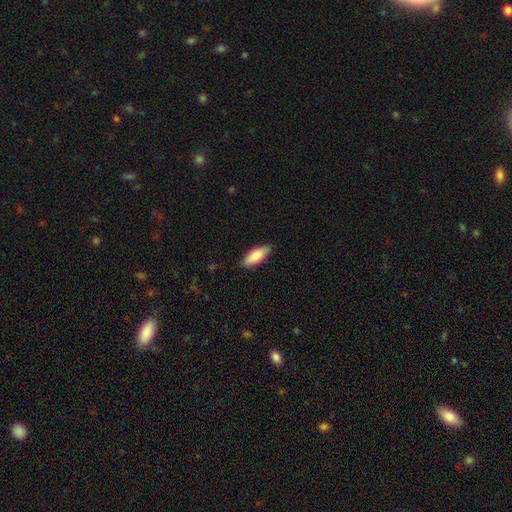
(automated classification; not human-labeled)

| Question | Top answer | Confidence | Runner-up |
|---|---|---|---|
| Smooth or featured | smooth | 81% | featured or disk (14%) |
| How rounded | in between | 74% | cigar-shaped (24%) |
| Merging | none | 86% | minor disturbance (11%) |